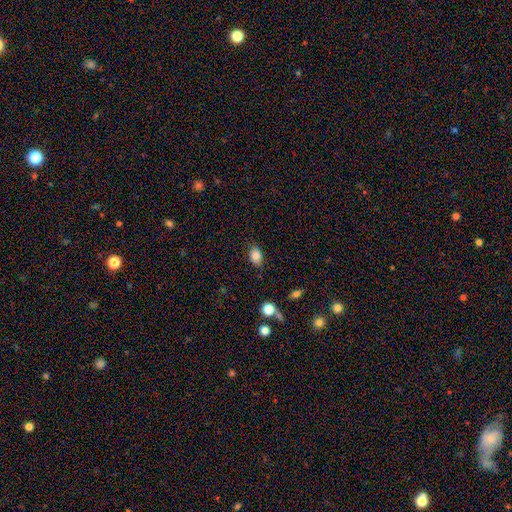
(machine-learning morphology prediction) Smooth or featured?
  - smooth: 83% *
  - star or artifact: 9%
  - featured or disk: 8%
How rounded?
  - in between: 80% *
  - round: 19%
  - cigar-shaped: 1%
Merging?
  - none: 80% *
  - minor disturbance: 15%
  - major disturbance: 3%
  - merger: 2%